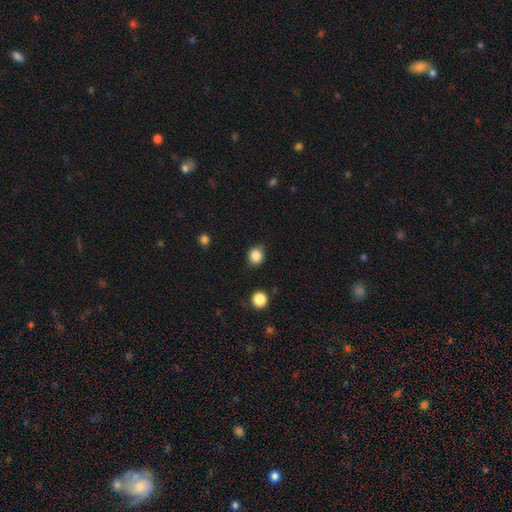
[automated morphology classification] Smooth or featured?
  - smooth: 86% *
  - star or artifact: 10%
  - featured or disk: 4%
How rounded?
  - round: 78% *
  - in between: 21%
  - cigar-shaped: 1%
Merging?
  - none: 81% *
  - minor disturbance: 14%
  - major disturbance: 3%
  - merger: 2%